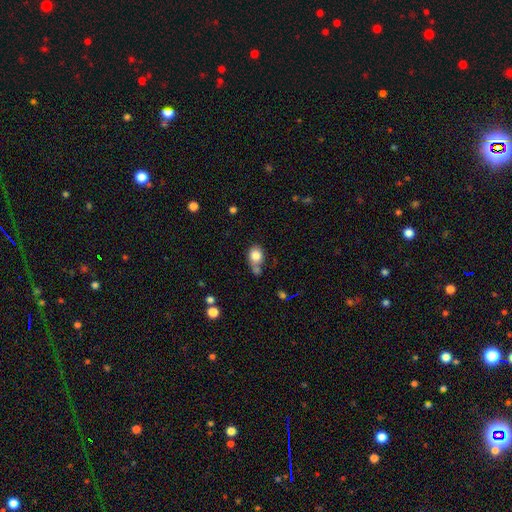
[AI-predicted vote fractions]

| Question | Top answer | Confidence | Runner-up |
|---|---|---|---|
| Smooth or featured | smooth | 82% | star or artifact (9%) |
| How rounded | round | 60% | in between (39%) |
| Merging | none | 48% | merger (27%) |